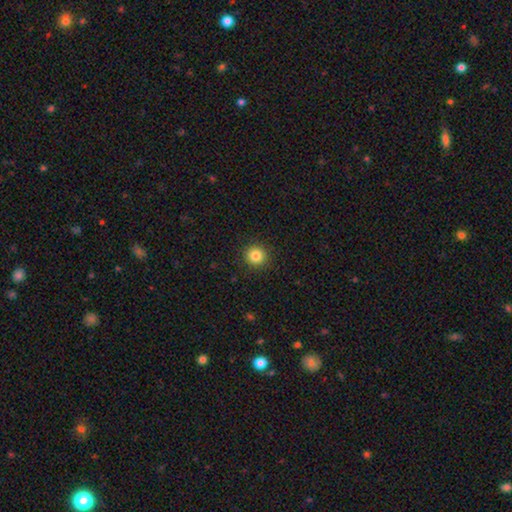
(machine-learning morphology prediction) smooth-or-featured: smooth: 84% | star or artifact: 11% | featured or disk: 5%
  how-rounded: round: 93% | in between: 6% | cigar-shaped: 1%
  merging: none: 92% | minor disturbance: 5% | major disturbance: 2% | merger: 1%